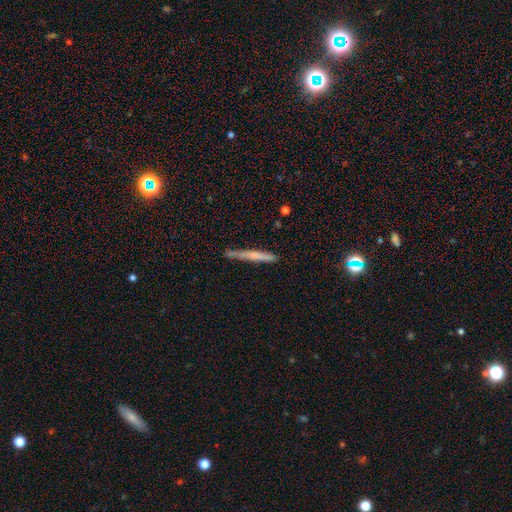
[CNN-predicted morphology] Smooth or featured? smooth (58%)
How rounded? cigar-shaped (96%)
Merging? none (81%)